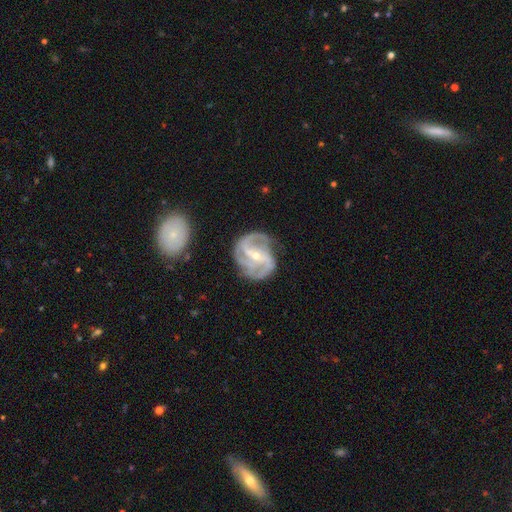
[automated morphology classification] smooth-or-featured: featured or disk: 90% | star or artifact: 5% | smooth: 5%
  disk-edge-on: no: 97% | yes: 3%
    bar: strong: 44% | weak: 34% | no: 22%
    has-spiral-arms: yes: 97% | no: 3%
      spiral-winding: medium: 49% | tight: 35% | loose: 16%
      spiral-arm-count: 3: 43% | 2: 29% | can't tell: 10% | 4: 10% | 1: 4% | more than 4: 4%
    bulge-size: small: 65% | moderate: 32% | large: 1% | none: 1% | dominant: 1%
  merging: none: 70% | minor disturbance: 18% | major disturbance: 9% | merger: 3%